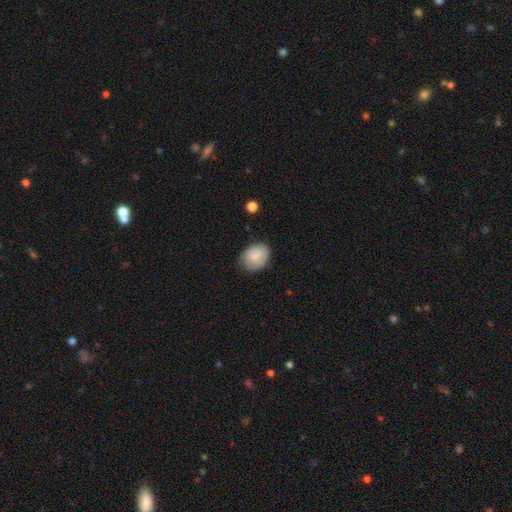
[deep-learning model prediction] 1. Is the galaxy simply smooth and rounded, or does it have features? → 79% smooth, 14% featured or disk, 7% star or artifact.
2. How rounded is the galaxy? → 56% in between, 44% round, 1% cigar-shaped.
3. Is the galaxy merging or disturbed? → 71% none, 23% minor disturbance, 5% major disturbance, 1% merger.